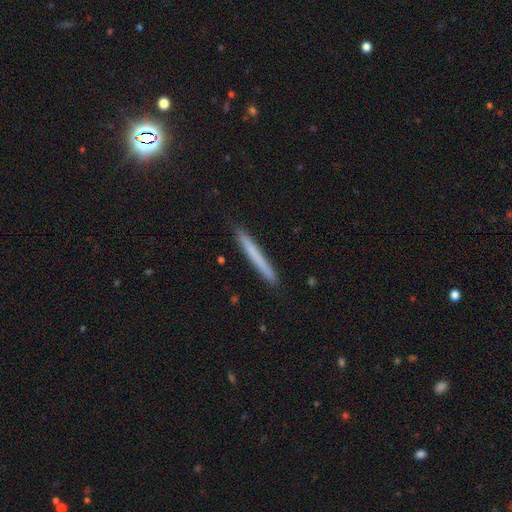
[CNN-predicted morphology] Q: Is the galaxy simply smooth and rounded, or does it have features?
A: smooth — 67%.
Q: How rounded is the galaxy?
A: cigar-shaped — 97%.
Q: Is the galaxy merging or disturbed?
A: none — 91%.